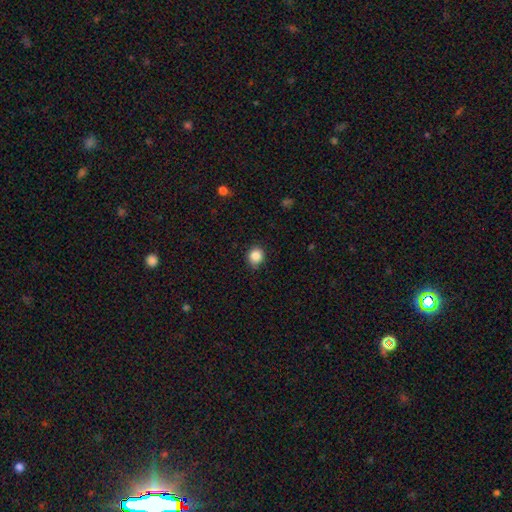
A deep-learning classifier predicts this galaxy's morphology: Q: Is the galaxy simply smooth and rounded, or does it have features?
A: smooth — 86%.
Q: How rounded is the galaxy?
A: round — 82%.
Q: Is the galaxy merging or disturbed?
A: none — 86%.